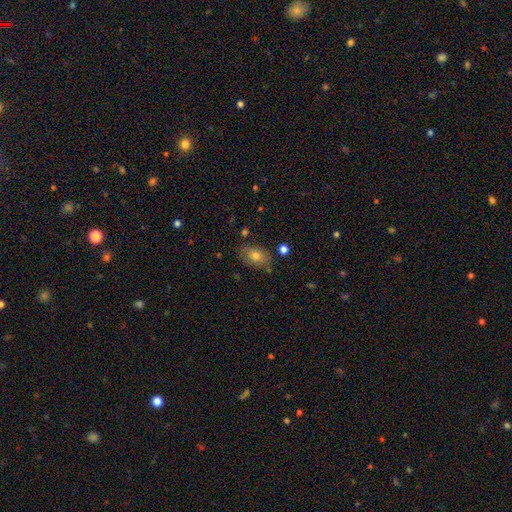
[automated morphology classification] Smooth or featured? smooth (75%)
How rounded? in between (87%)
Merging? none (77%)